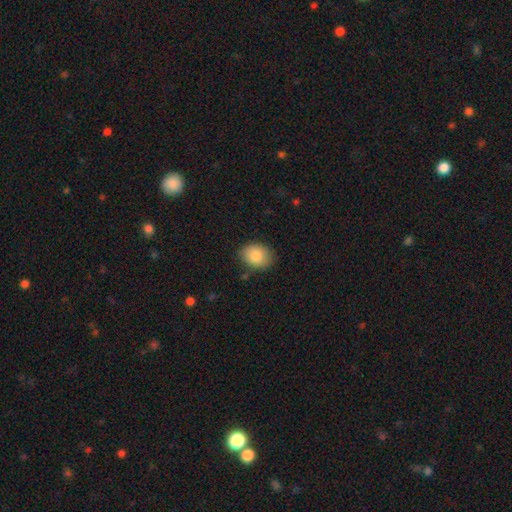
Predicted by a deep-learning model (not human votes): smooth_or_featured: smooth (p=0.86) [alt: featured or disk p=0.07]
how_rounded: in between (p=0.67) [alt: round p=0.32]
merging: none (p=0.81) [alt: minor disturbance p=0.14]